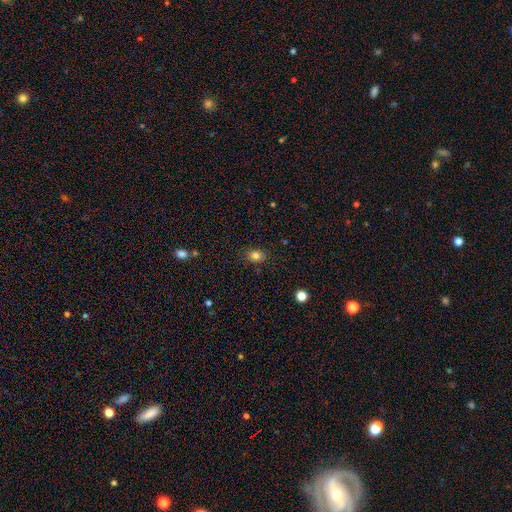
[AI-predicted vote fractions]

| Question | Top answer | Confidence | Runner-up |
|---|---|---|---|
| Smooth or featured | smooth | 81% | star or artifact (13%) |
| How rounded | round | 53% | in between (46%) |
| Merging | none | 86% | minor disturbance (10%) |